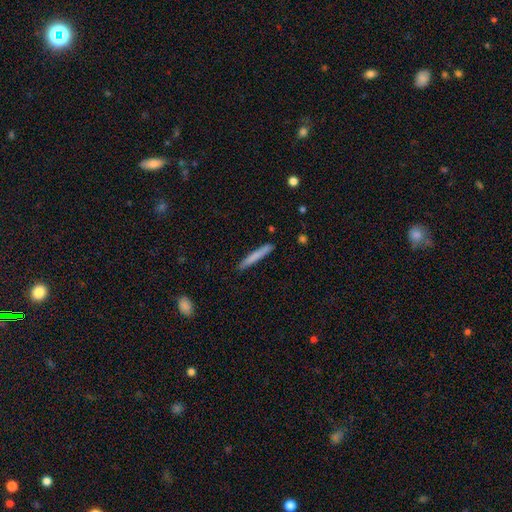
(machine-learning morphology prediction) This appears to be a smooth galaxy with no disk features (73%) that is cigar-shaped (96%). Merging: none (89%).